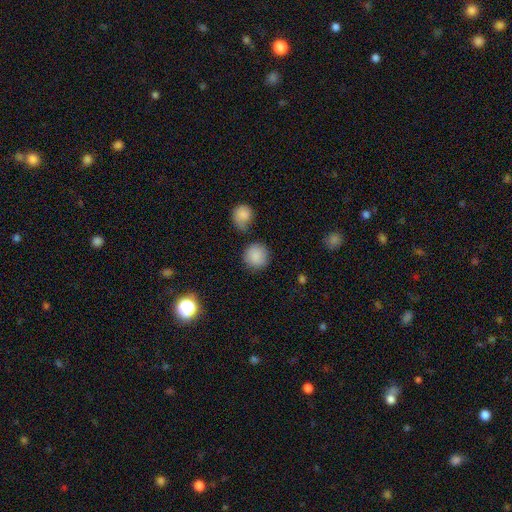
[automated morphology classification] Smooth or featured: smooth — 87% (star or artifact — 9%)
How rounded: round — 92% (in between — 7%)
Merging: none — 76% (minor disturbance — 11%)